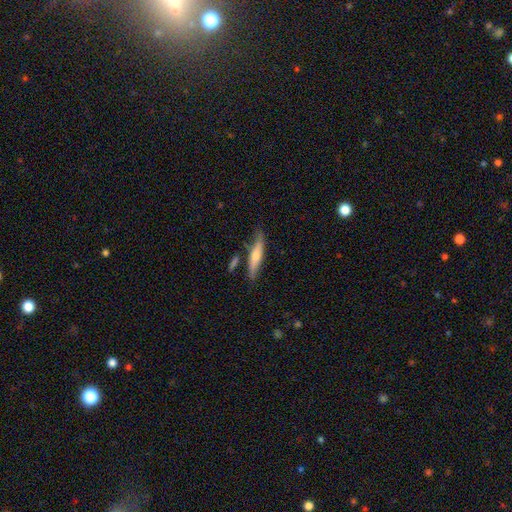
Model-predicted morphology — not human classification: This appears to be a featured or disk galaxy (48%). Merging: none (76%).